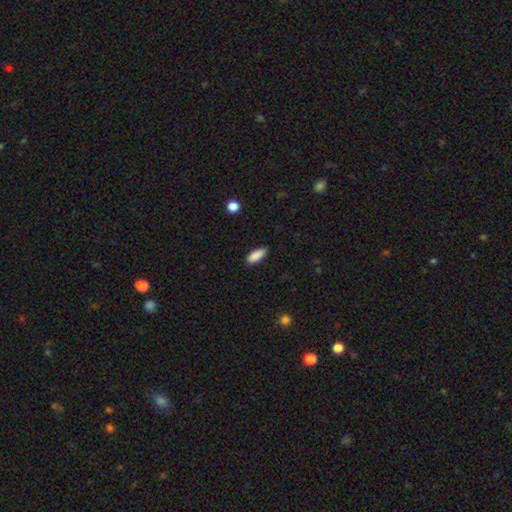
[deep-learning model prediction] Smooth or featured? smooth (88%)
How rounded? in between (77%)
Merging? none (82%)